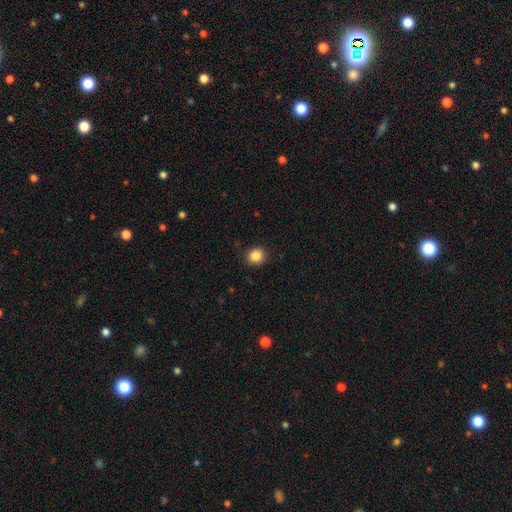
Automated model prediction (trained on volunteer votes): smooth_or_featured: smooth (p=0.86) [alt: star or artifact p=0.10]
how_rounded: round (p=0.85) [alt: in between p=0.14]
merging: none (p=0.90) [alt: minor disturbance p=0.07]